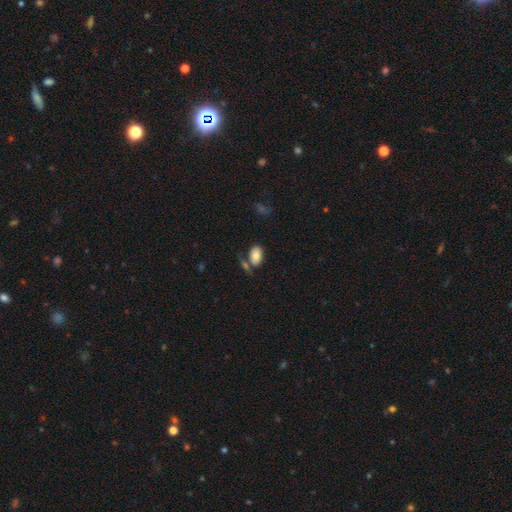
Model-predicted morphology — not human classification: Overall: smooth (80%). How rounded: in between (91%). Merging: none (58%; merger 21%).